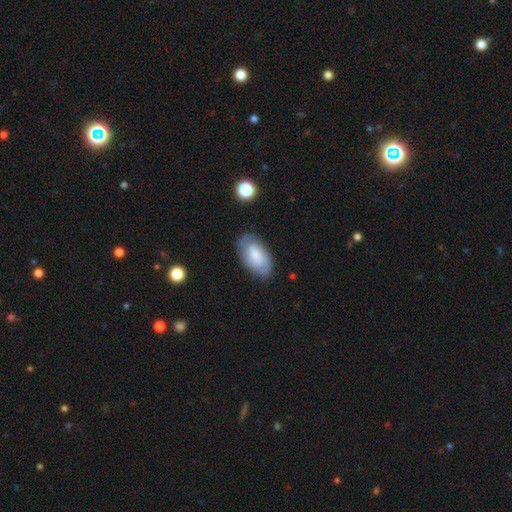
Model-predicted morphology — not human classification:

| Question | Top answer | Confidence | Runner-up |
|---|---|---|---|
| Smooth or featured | smooth | 48% | featured or disk (44%) |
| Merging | none | 76% | minor disturbance (18%) |